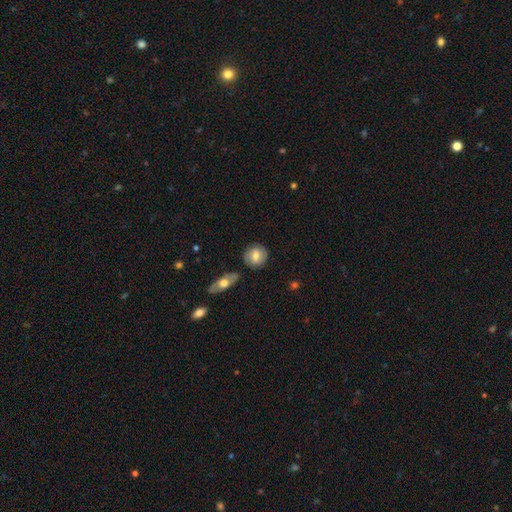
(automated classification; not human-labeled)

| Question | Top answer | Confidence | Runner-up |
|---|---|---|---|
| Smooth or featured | smooth | 71% | featured or disk (23%) |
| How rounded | round | 81% | in between (17%) |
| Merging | none | 81% | minor disturbance (11%) |